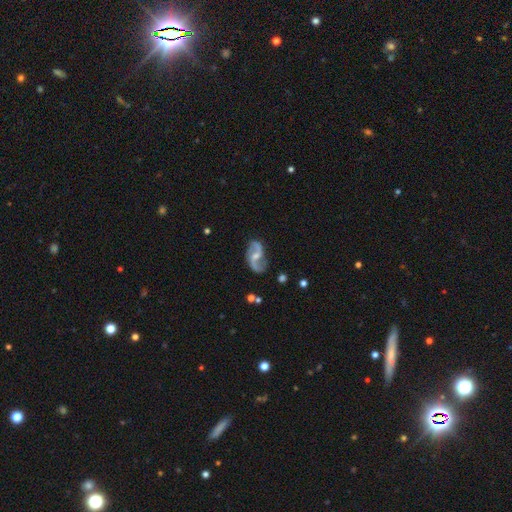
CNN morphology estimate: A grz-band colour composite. It shows a featured or disk galaxy (90%) with a weak bar (49%), 2 (94%) loose (64%) spiral arms (97%) and a small central bulge (44%, tied with moderate). Merging: none (77%).